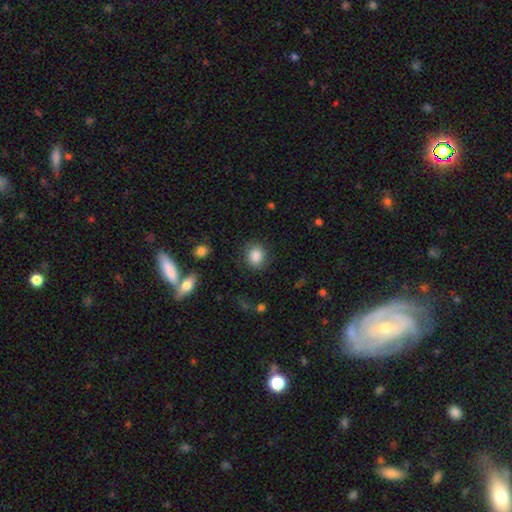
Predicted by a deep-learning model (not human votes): Smooth or featured? smooth (86%)
How rounded? round (67%)
Merging? none (82%)